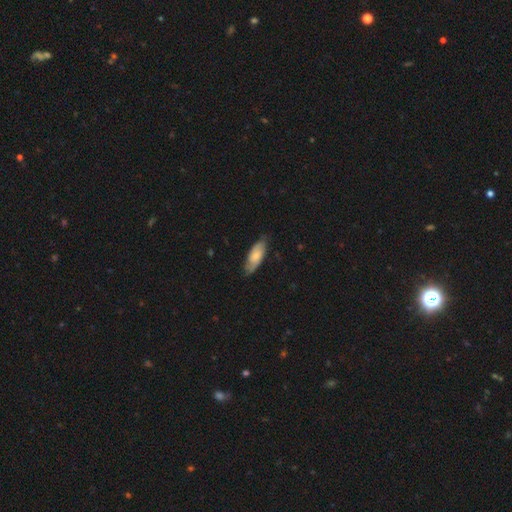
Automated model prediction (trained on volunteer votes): Q: Smooth or featured?
A: smooth (52%); runner-up: featured or disk (42%)
Q: How rounded?
A: in between (74%); runner-up: cigar-shaped (24%)
Q: Merging?
A: none (75%); runner-up: minor disturbance (20%)